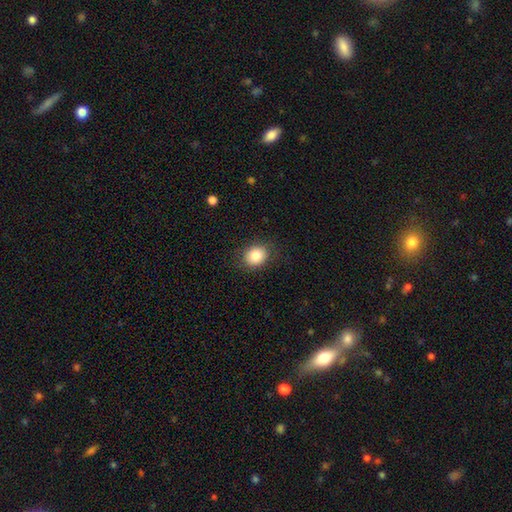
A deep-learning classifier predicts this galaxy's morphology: Smooth or featured: smooth — 83% (star or artifact — 9%)
How rounded: round — 62% (in between — 37%)
Merging: none — 85% (minor disturbance — 11%)